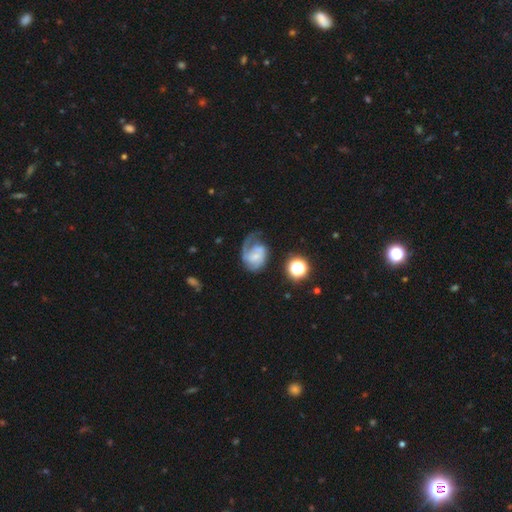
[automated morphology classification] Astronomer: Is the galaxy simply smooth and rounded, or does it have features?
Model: featured or disk — 74%.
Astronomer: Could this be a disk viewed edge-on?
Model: no — 98%.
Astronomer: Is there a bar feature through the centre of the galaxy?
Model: no — 48% (runner-up: weak, 42%).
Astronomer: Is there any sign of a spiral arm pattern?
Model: yes — 90%.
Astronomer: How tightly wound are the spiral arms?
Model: medium — 45% (runner-up: tight, 31%).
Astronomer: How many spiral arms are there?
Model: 2 — 40% (runner-up: 1, 35%).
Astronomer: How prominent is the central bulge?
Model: small — 55%.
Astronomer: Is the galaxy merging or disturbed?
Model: none — 39% (runner-up: major disturbance, 33%).